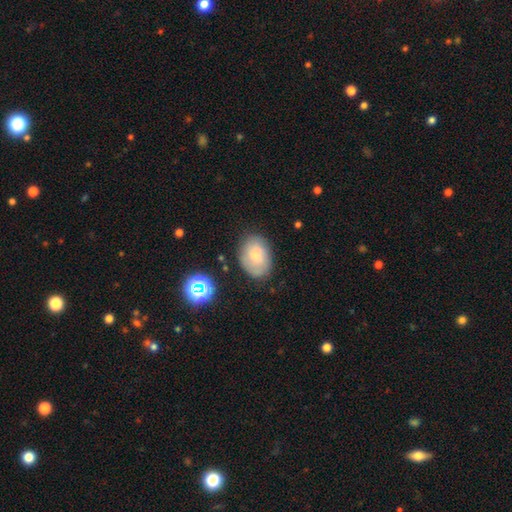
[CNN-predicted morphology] A smooth galaxy with no disk features (66%) that is in between round and cigar-shaped (76%). Merging: none (73%).